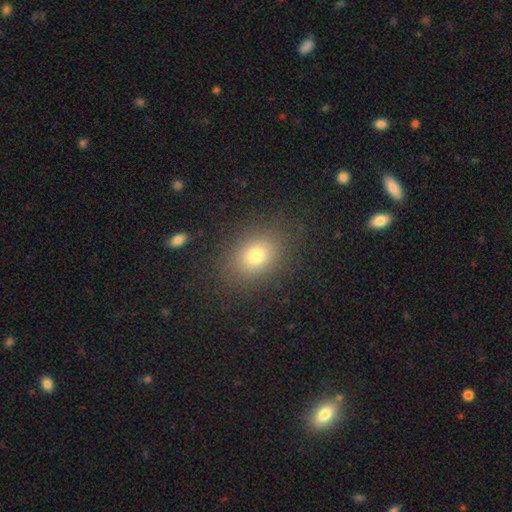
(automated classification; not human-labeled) This appears to be a smooth galaxy with no disk features (77%) that is in between round and cigar-shaped (63%). Merging: none (86%).